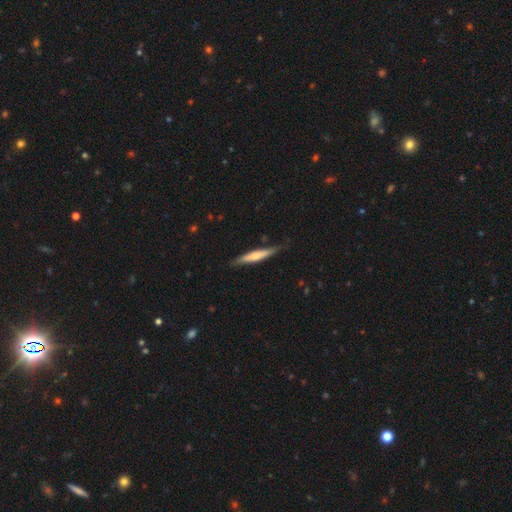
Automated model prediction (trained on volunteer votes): Morphology: type=smooth (49%); merging=none (80%).